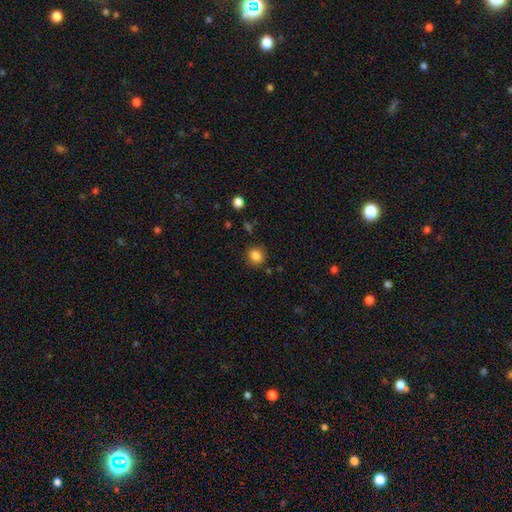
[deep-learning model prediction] Smooth or featured? Predicted: smooth (p=0.84). How rounded? Predicted: round (p=0.85). Merging? Predicted: none (p=0.88).